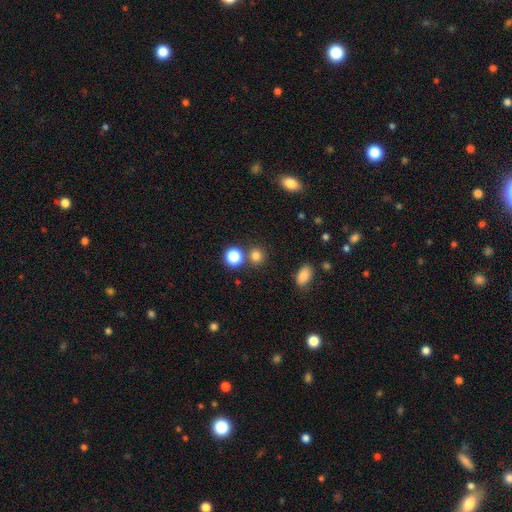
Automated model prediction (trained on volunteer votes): The model was most divided on "smooth or featured": smooth: 78%, star or artifact: 16%, featured or disk: 5%. More confident: how rounded — round (87%); merging — none (77%).